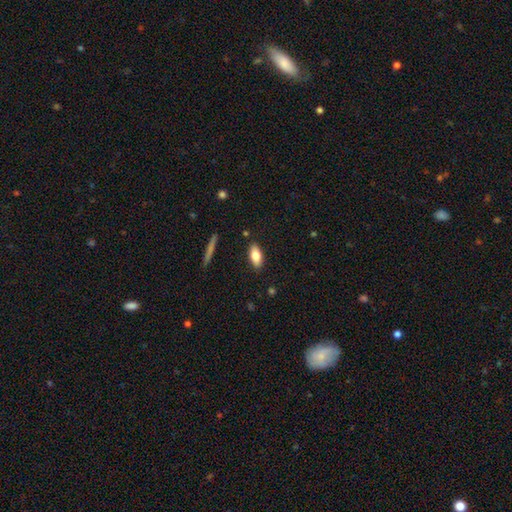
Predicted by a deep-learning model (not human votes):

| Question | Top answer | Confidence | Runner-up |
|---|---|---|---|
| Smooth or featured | smooth | 77% | featured or disk (16%) |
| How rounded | in between | 83% | cigar-shaped (14%) |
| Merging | none | 86% | minor disturbance (10%) |